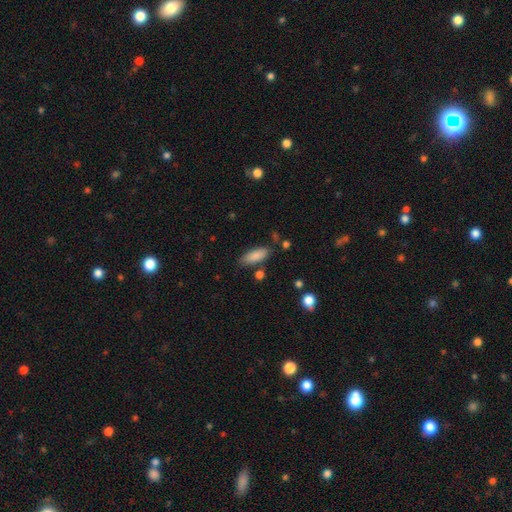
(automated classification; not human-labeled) smooth-or-featured: smooth: 86% | featured or disk: 7% | star or artifact: 7%
  how-rounded: in between: 72% | cigar-shaped: 26% | round: 2%
  merging: none: 78% | minor disturbance: 14% | merger: 5% | major disturbance: 3%